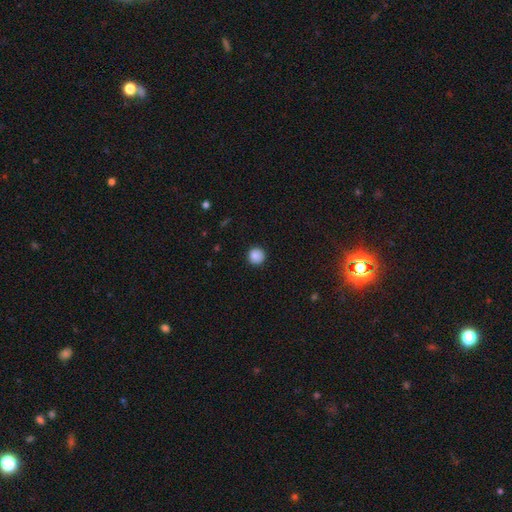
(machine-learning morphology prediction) Q: Smooth or featured?
A: smooth (87%); runner-up: star or artifact (9%)
Q: How rounded?
A: round (95%); runner-up: in between (4%)
Q: Merging?
A: none (91%); runner-up: minor disturbance (6%)